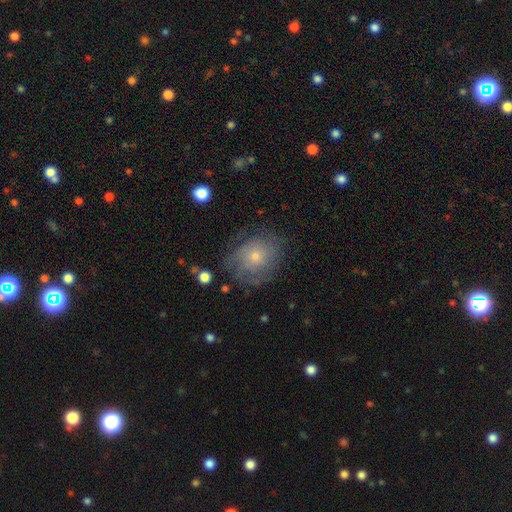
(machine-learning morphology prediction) The model was most divided on "smooth or featured": featured or disk: 55%, smooth: 35%, star or artifact: 10%. More confident: edge-on disk — no (96%); bar — no (85%); spiral arms — yes (75%); merging — none (67%); bulge size — small (66%).